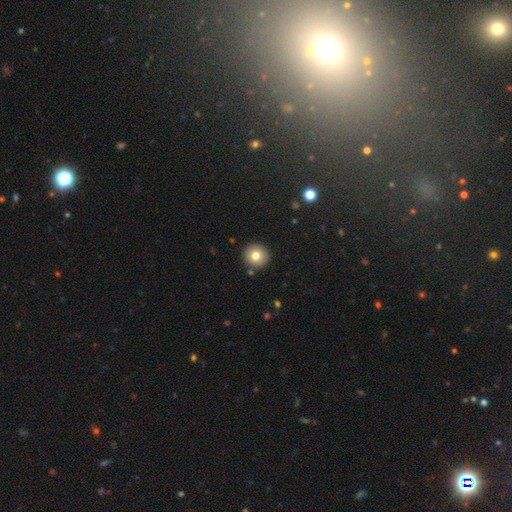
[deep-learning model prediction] Q: Smooth or featured?
A: smooth (78%); runner-up: featured or disk (11%)
Q: How rounded?
A: round (93%); runner-up: in between (6%)
Q: Merging?
A: none (90%); runner-up: minor disturbance (6%)